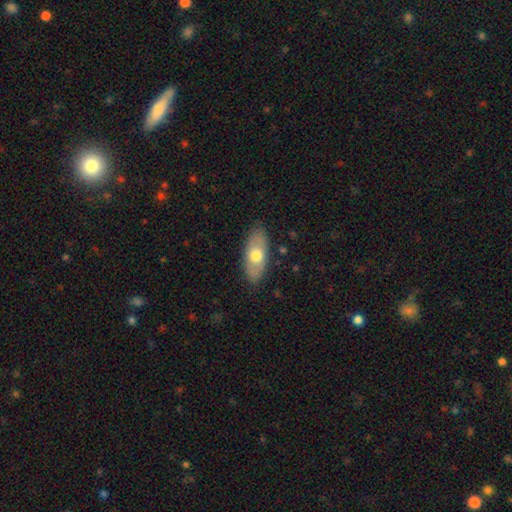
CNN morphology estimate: Smooth or featured? Predicted: smooth (p=0.62). How rounded? Predicted: in between (p=0.86). Merging? Predicted: none (p=0.85).